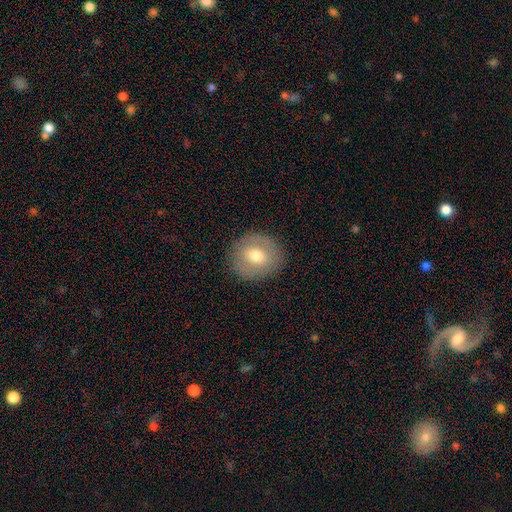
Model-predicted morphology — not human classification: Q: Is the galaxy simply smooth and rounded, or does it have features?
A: smooth — 62%.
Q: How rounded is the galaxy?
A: round — 85%.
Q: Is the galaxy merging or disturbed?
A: none — 88%.